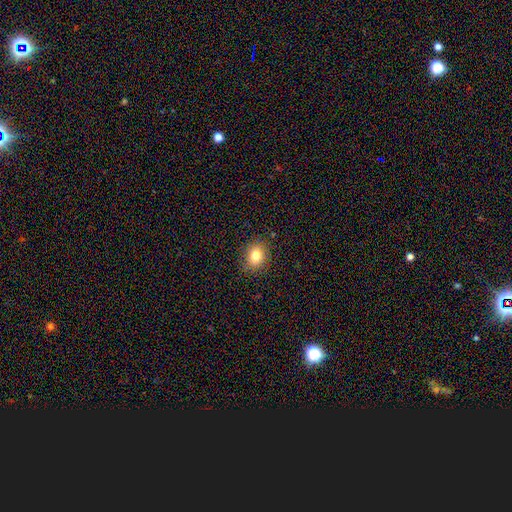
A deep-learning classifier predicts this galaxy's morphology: A smooth galaxy with no disk features (81%) that is round (51%).

Vote fractions:
- Smooth or featured? smooth: 81% / star or artifact: 11% / featured or disk: 8%
- How rounded? round: 51% / in between: 48% / cigar-shaped: 1%
- Merging? none: 87% / minor disturbance: 9% / major disturbance: 3% / merger: 1%